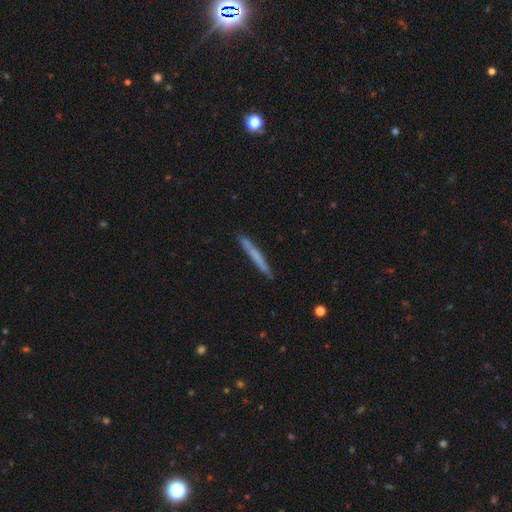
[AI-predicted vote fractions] The model was most divided on "smooth or featured": smooth: 62%, featured or disk: 32%, star or artifact: 6%. More confident: how rounded — cigar-shaped (97%); merging — none (89%).